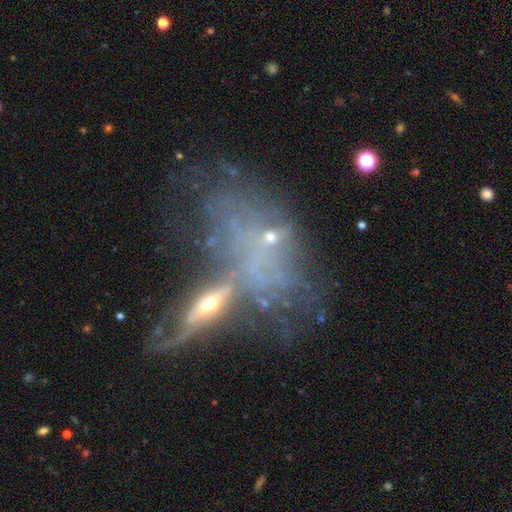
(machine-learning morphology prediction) Overall: featured or disk (61%; smooth 22%). Edge-on disk: no (81%). Merging: merger (46%; none 21%).